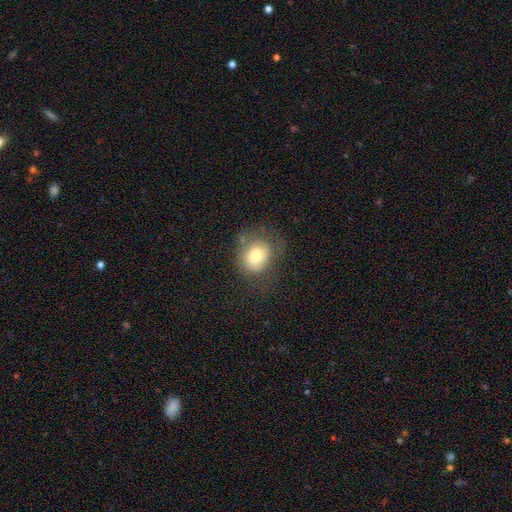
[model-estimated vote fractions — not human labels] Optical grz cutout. It shows a smooth galaxy with no disk features (76%) that is round (67%). Merging: none (59%).